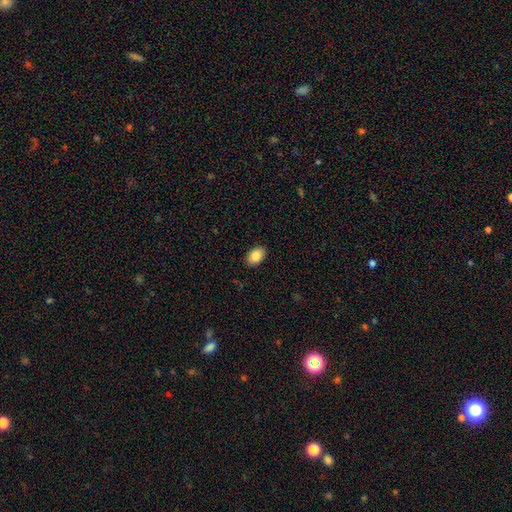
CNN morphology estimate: smooth_or_featured: smooth (p=0.87) [alt: star or artifact p=0.07]
how_rounded: in between (p=0.89) [alt: round p=0.10]
merging: none (p=0.90) [alt: minor disturbance p=0.08]